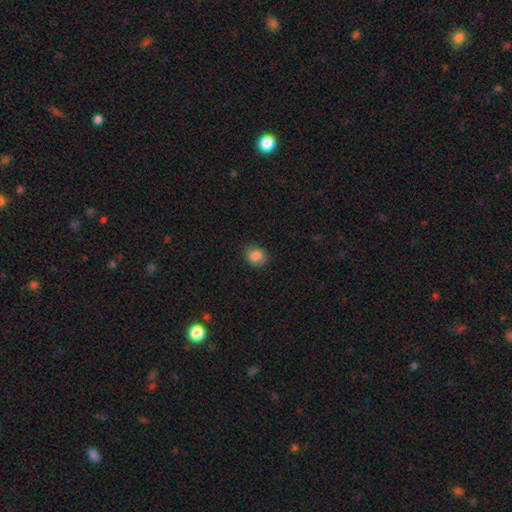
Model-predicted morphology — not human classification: smooth_or_featured: smooth (p=0.87) [alt: star or artifact p=0.09]
how_rounded: round (p=0.66) [alt: in between p=0.33]
merging: none (p=0.84) [alt: minor disturbance p=0.12]